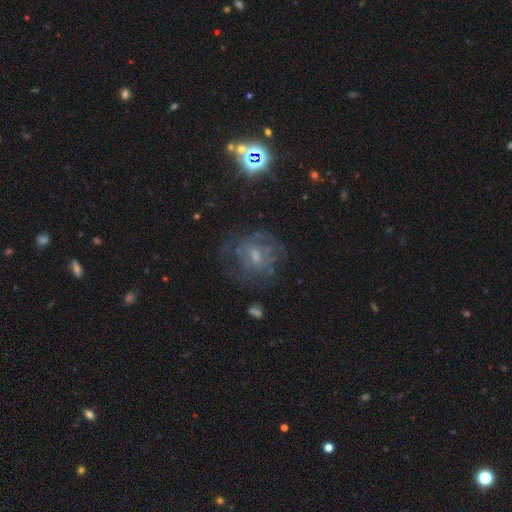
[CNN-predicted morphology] Overall: featured or disk (56%; smooth 25%). Edge-on disk: no (96%). Bar: no (52%; weak 40%). Spiral arms: yes (53%; no 47%). Bulge size: small (45%; moderate 35%). Merging: none (62%).